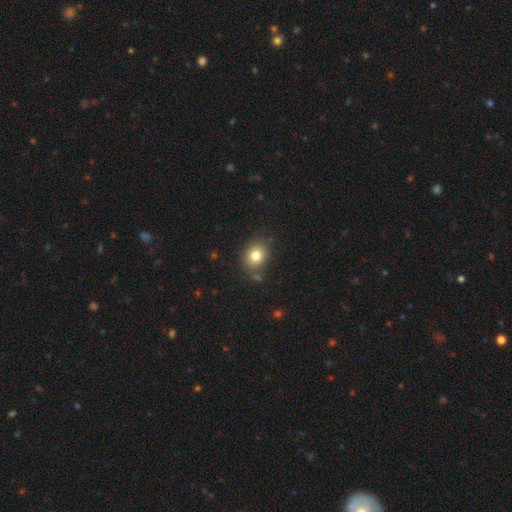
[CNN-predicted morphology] This is likely a smooth galaxy (79%). How rounded: possibly round (60%). Merging: likely none (80%).